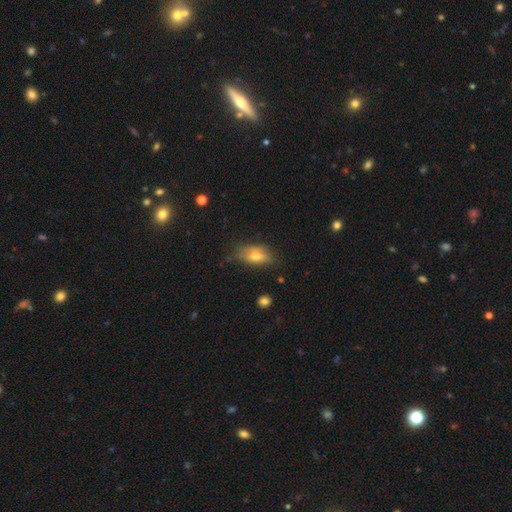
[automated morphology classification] This appears to be a smooth galaxy with no disk features (58%) that is in between round and cigar-shaped (80%). Merging: none (66%).